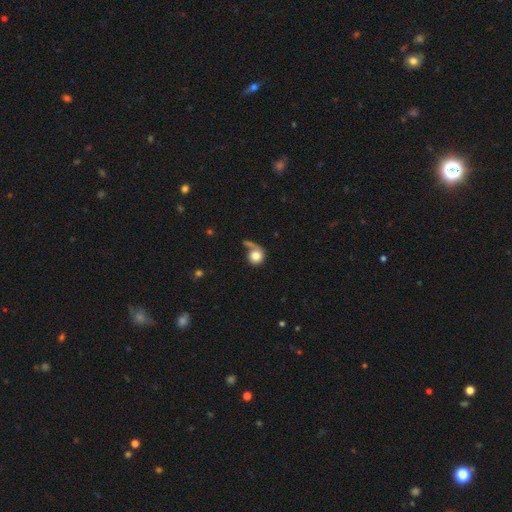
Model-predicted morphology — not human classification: type=smooth (74%); roundness=round (85%); merging=none (43%).